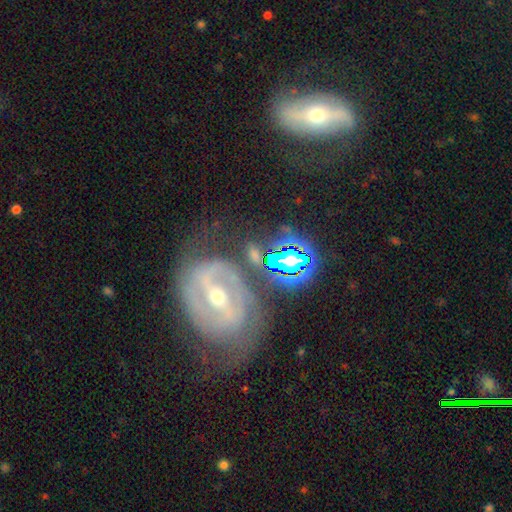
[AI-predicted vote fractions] This appears to be a featured or disk galaxy (41%). Merging: none (67%).